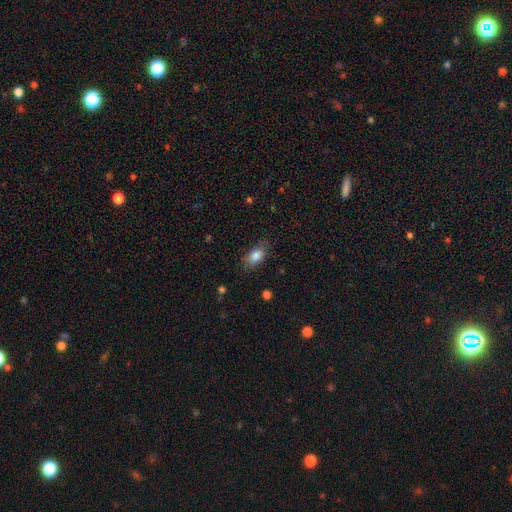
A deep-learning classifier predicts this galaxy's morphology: The model was most divided on "merging": none: 74%, minor disturbance: 19%, major disturbance: 6%, merger: 1%. More confident: how rounded — in between (86%); smooth or featured — smooth (85%).